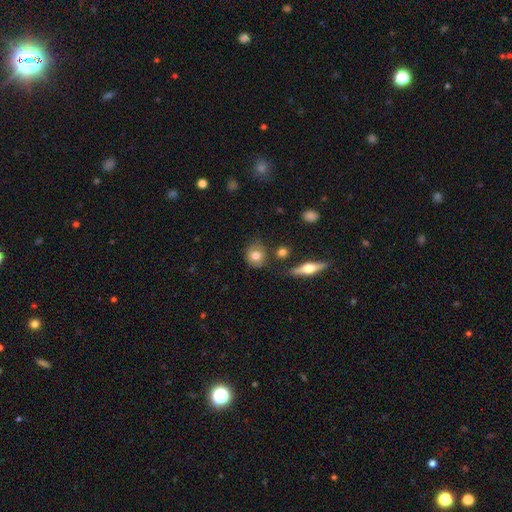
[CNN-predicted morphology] smooth 76%, featured or disk 16%, star or artifact 8%. Down the decision tree: how rounded — round (79%); merging — none (78%).